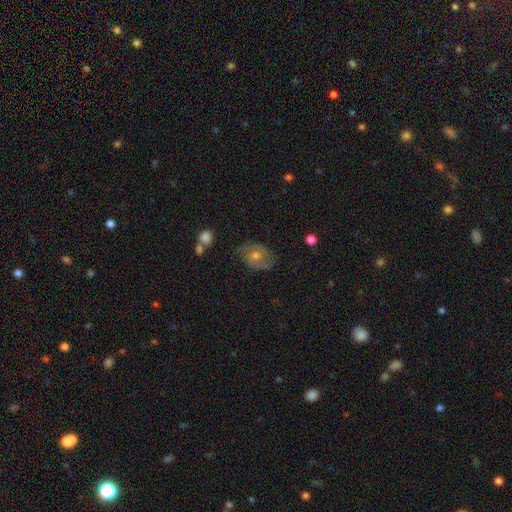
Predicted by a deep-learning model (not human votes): This appears to be a featured or disk galaxy (64%) with no bar (71%), spiral arms (81%) and a moderate central bulge (70%). Merging: none (72%).